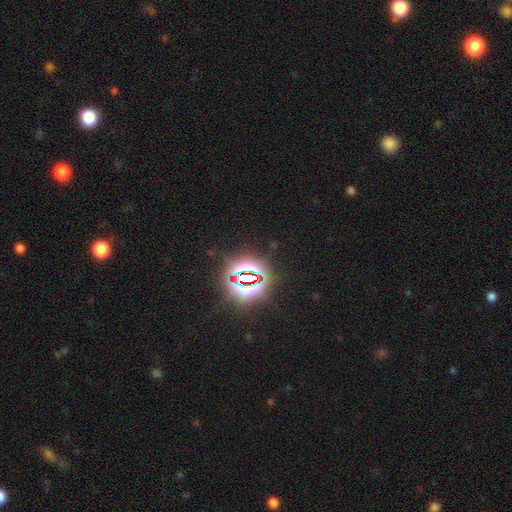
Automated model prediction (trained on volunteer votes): Smooth or featured: star or artifact — 82% (smooth — 11%)